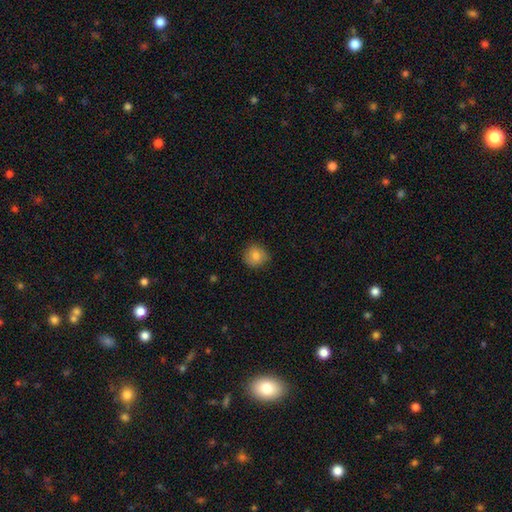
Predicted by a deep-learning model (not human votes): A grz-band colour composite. It shows a smooth galaxy with no disk features (83%) that is round (88%). Merging: none (84%).